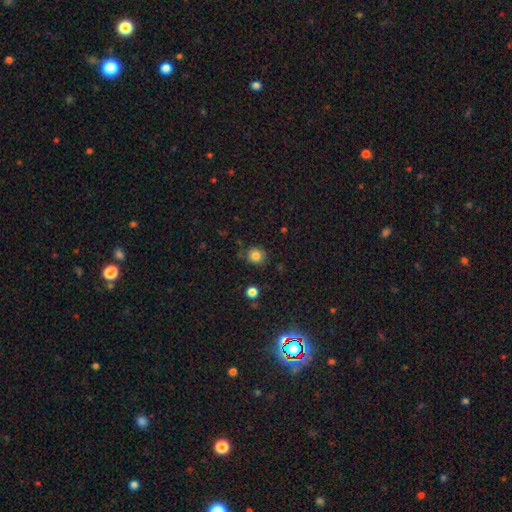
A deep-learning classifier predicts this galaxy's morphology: type=smooth (82%); roundness=round (85%); merging=none (79%).